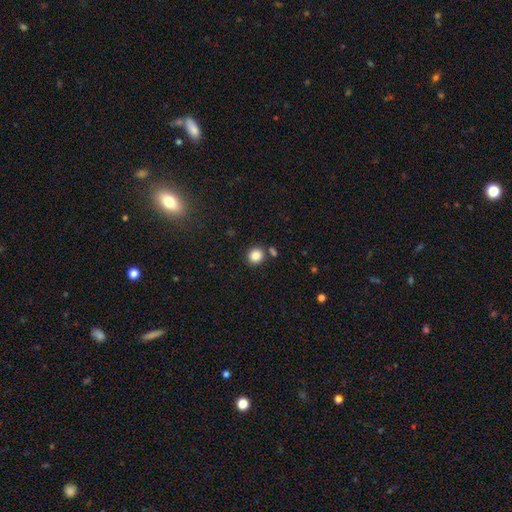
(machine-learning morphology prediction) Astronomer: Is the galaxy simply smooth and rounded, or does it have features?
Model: smooth — 86%.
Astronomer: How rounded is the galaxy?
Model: round — 84%.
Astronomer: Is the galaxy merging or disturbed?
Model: none — 81%.